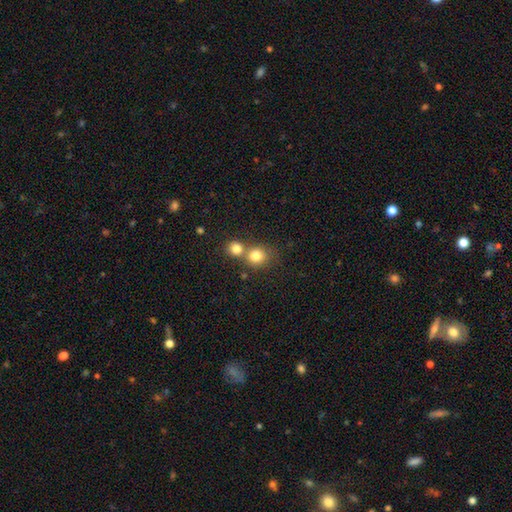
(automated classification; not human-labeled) Smooth or featured? smooth (81%)
How rounded? round (82%)
Merging? merger (46%)